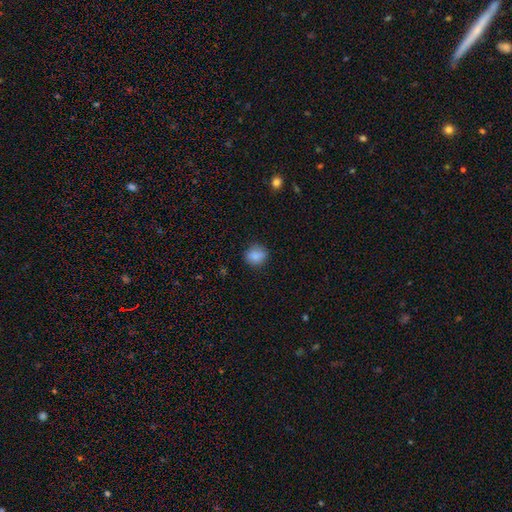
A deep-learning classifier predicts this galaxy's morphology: Smooth or featured? Predicted: smooth (p=0.86). How rounded? Predicted: round (p=0.81). Merging? Predicted: none (p=0.84).